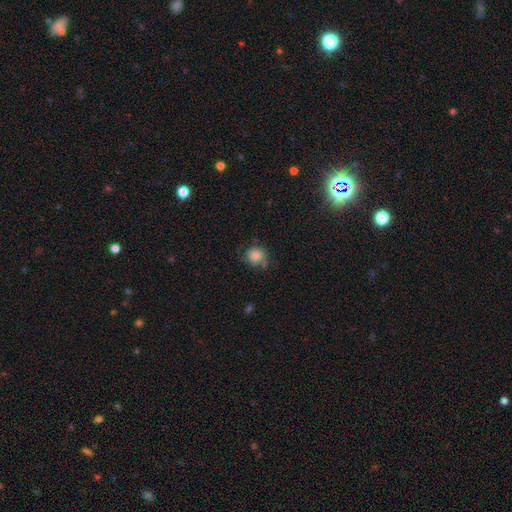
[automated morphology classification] type=smooth (80%); roundness=round (84%); merging=none (62%).